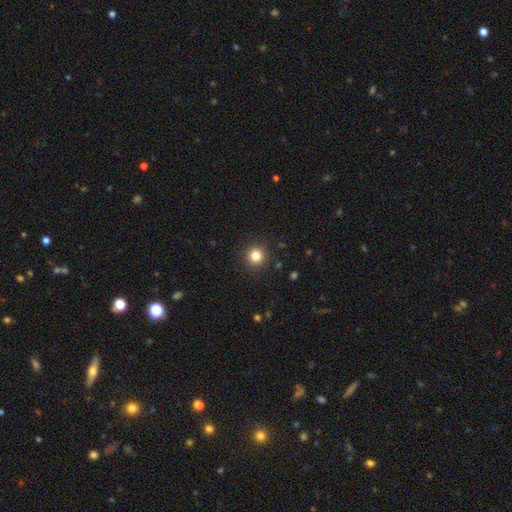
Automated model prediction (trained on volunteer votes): The model was most divided on "smooth or featured": smooth: 83%, star or artifact: 12%, featured or disk: 5%. More confident: how rounded — round (94%); merging — none (92%).